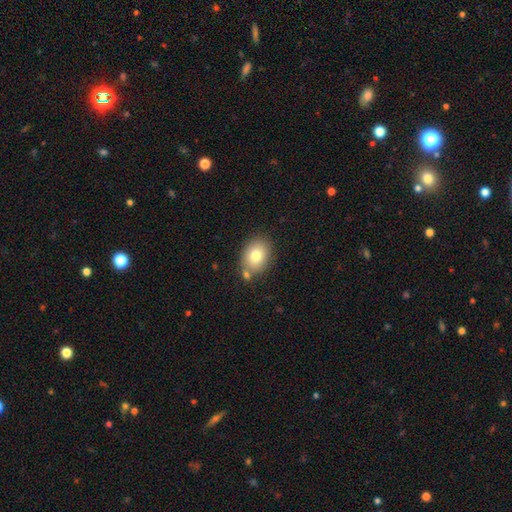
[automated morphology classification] Smooth or featured? Predicted: smooth (p=0.79). How rounded? Predicted: in between (p=0.68). Merging? Predicted: none (p=0.73).